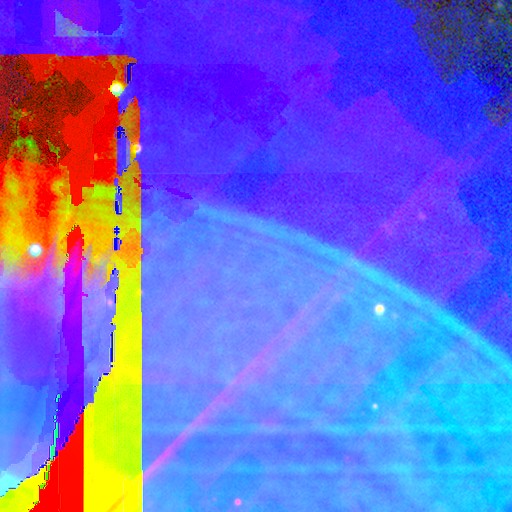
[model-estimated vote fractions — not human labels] Q: Smooth or featured?
A: star or artifact (88%); runner-up: featured or disk (7%)